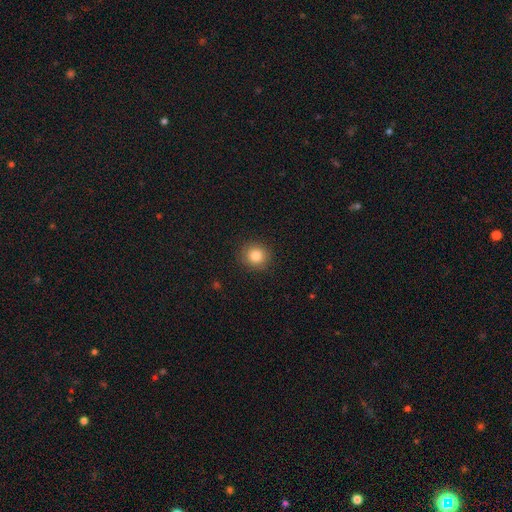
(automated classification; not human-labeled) This appears to be a smooth galaxy with no disk features (83%) that is round (89%). Merging: none (90%).